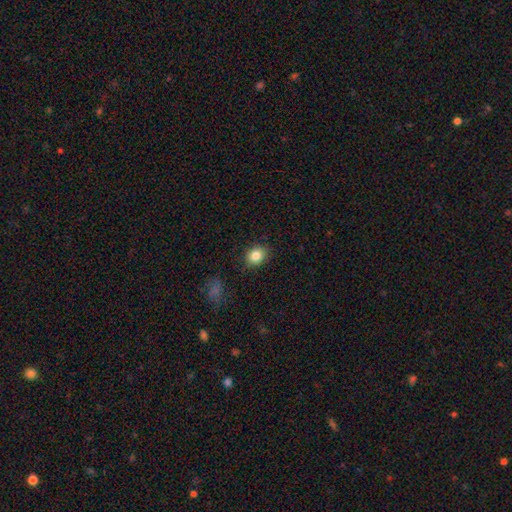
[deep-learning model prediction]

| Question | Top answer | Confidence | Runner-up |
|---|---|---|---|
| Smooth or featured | smooth | 84% | star or artifact (10%) |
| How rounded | round | 56% | in between (43%) |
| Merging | none | 84% | minor disturbance (12%) |